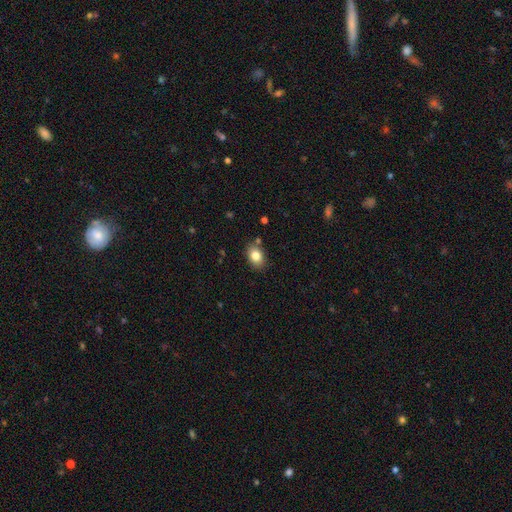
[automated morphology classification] Q: Smooth or featured?
A: smooth (83%); runner-up: star or artifact (9%)
Q: How rounded?
A: in between (74%); runner-up: round (24%)
Q: Merging?
A: none (81%); runner-up: minor disturbance (12%)